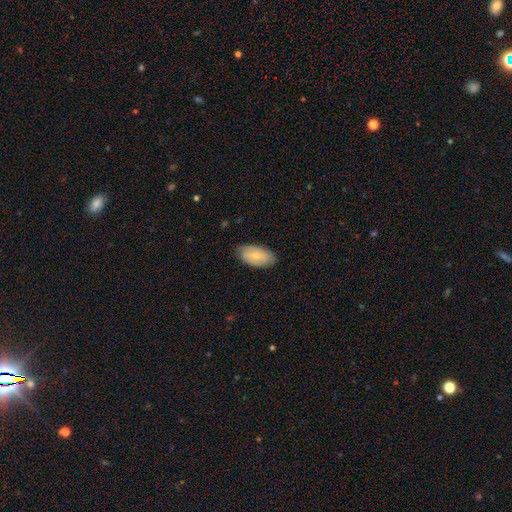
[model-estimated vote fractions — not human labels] A smooth galaxy with no disk features (63%) that is in between round and cigar-shaped (93%).

Vote fractions:
- Smooth or featured? smooth: 63% / featured or disk: 31% / star or artifact: 6%
- How rounded? in between: 93% / cigar-shaped: 4% / round: 3%
- Merging? none: 79% / minor disturbance: 17% / major disturbance: 3% / merger: 1%